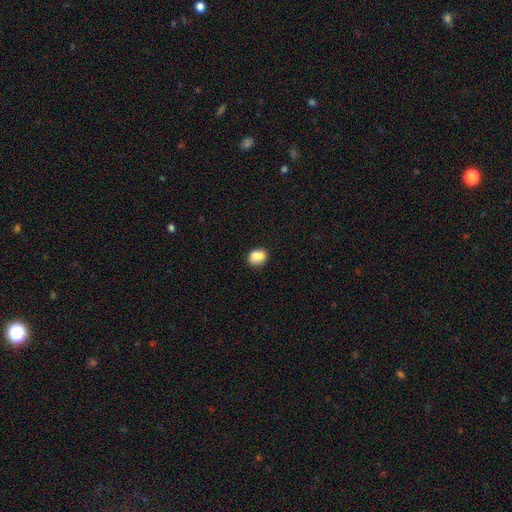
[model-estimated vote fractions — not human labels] Morphology: type=smooth (80%); roundness=round (54%); merging=none (60%).